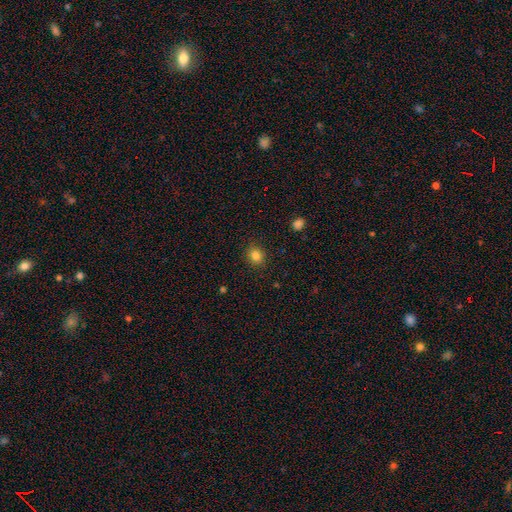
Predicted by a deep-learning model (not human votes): smooth-or-featured: smooth: 83% | star or artifact: 12% | featured or disk: 5%
  how-rounded: round: 72% | in between: 28% | cigar-shaped: 1%
  merging: none: 89% | minor disturbance: 8% | major disturbance: 2% | merger: 1%